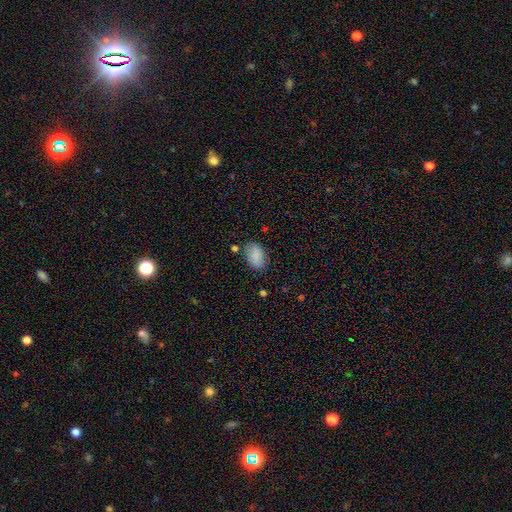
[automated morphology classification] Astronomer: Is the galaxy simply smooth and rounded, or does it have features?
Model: smooth — 87%.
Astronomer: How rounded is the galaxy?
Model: in between — 90%.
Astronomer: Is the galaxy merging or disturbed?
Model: none — 77%.